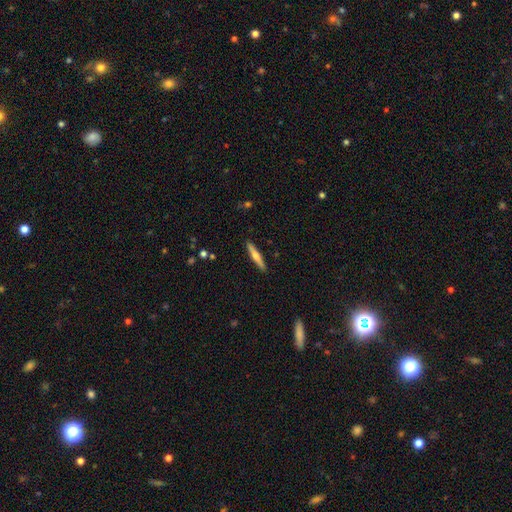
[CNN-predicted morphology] smooth-or-featured: featured or disk: 50% | smooth: 44% | star or artifact: 5%
  disk-edge-on: yes: 96% | no: 4%
  merging: none: 91% | minor disturbance: 7% | major disturbance: 1% | merger: 1%